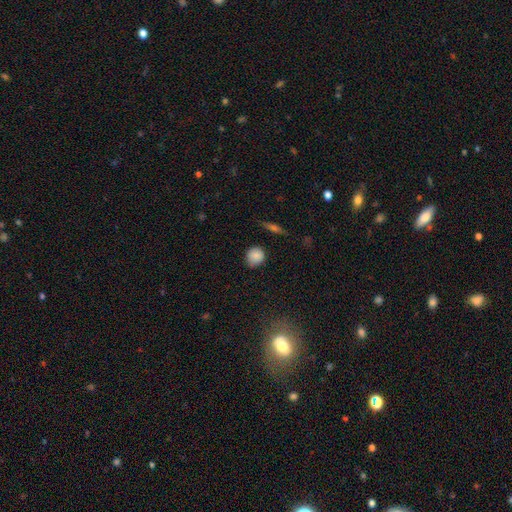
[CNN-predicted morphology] The model was most divided on "merging": none: 80%, minor disturbance: 16%, major disturbance: 3%, merger: 2%. More confident: how rounded — round (86%); smooth or featured — smooth (85%).